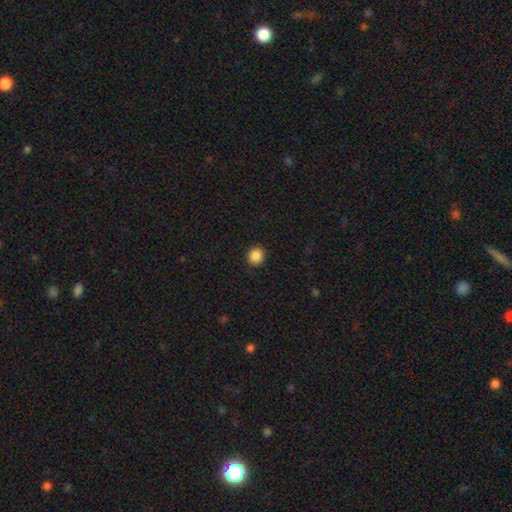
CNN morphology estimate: smooth 87%, star or artifact 9%, featured or disk 3%. Down the decision tree: how rounded — round (85%); merging — none (91%).